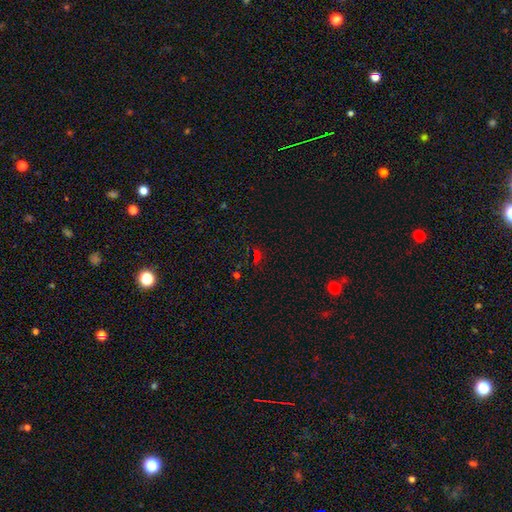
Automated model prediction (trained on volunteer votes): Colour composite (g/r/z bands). It shows a star or artifact, not a galaxy (59%).